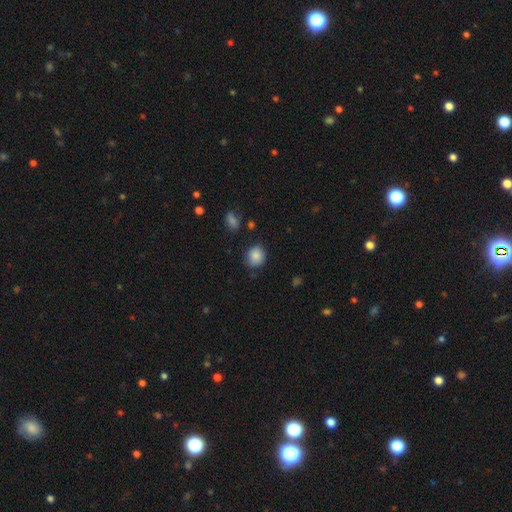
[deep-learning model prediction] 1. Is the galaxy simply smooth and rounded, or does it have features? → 86% smooth, 9% star or artifact, 5% featured or disk.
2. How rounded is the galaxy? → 75% round, 24% in between, 1% cigar-shaped.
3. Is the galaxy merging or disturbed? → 79% none, 16% minor disturbance, 3% major disturbance, 2% merger.